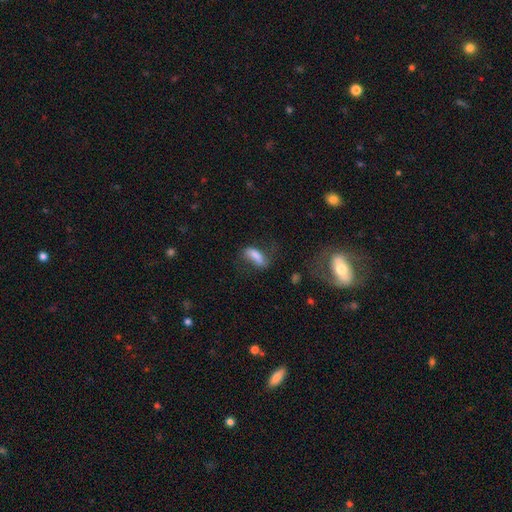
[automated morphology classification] This is likely a smooth galaxy (70%). How rounded: likely in between (65%). Merging: marginally none (41%).